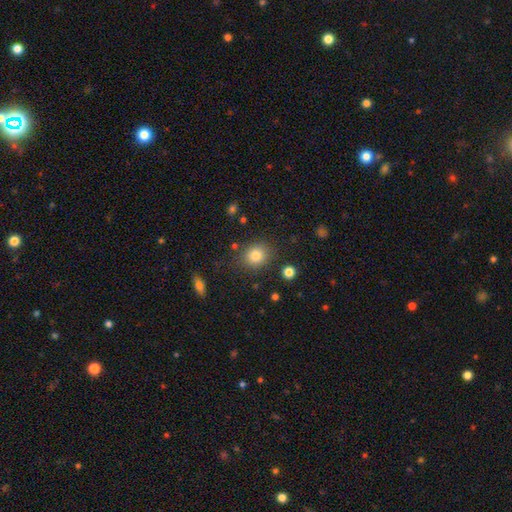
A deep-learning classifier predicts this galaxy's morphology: type=smooth (82%); roundness=round (74%); merging=none (82%).